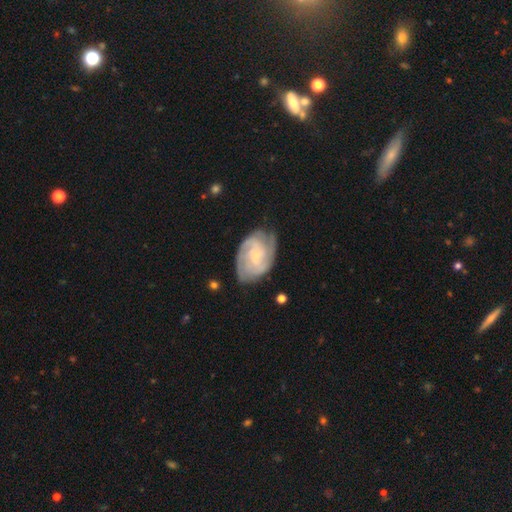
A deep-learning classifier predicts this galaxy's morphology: This appears to be a featured or disk galaxy (78%) with no bar (57%), 2 (36%) tight (55%) spiral arms (93%) and a small central bulge (70%). Merging: none (68%).